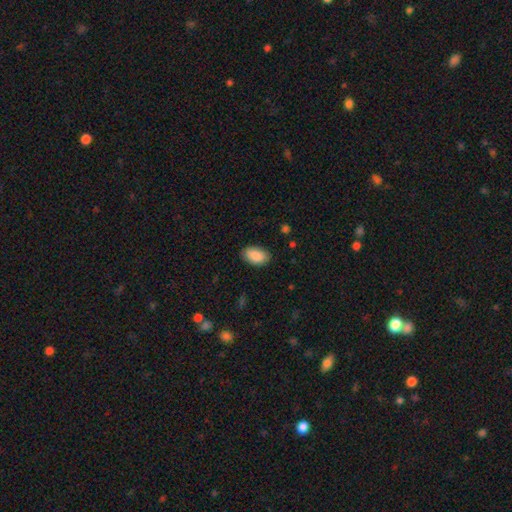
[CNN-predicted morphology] The model was most divided on "merging": none: 85%, minor disturbance: 12%, major disturbance: 3%, merger: 1%. More confident: how rounded — in between (94%); smooth or featured — smooth (89%).